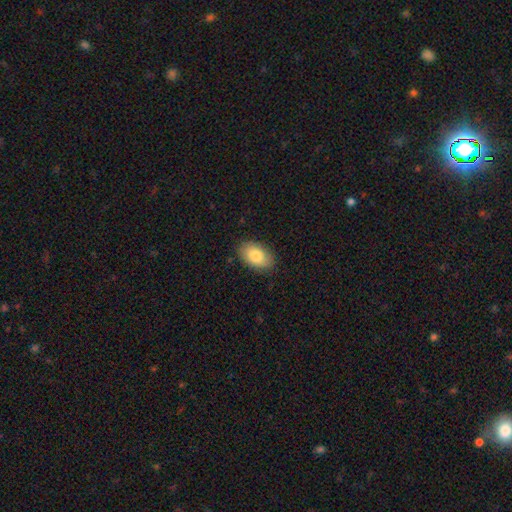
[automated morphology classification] This appears to be a smooth galaxy with no disk features (82%) that is in between round and cigar-shaped (92%). Merging: none (85%).